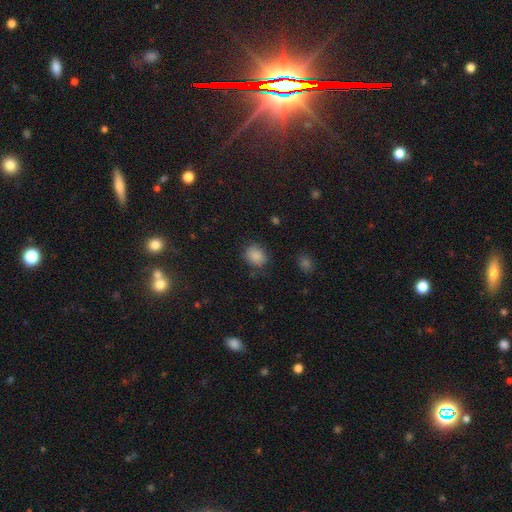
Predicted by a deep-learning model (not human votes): A smooth galaxy with no disk features (86%) that is round (62%).

Vote fractions:
- Smooth or featured? smooth: 86% / star or artifact: 10% / featured or disk: 4%
- How rounded? round: 62% / in between: 37% / cigar-shaped: 1%
- Merging? none: 79% / minor disturbance: 15% / major disturbance: 4% / merger: 2%